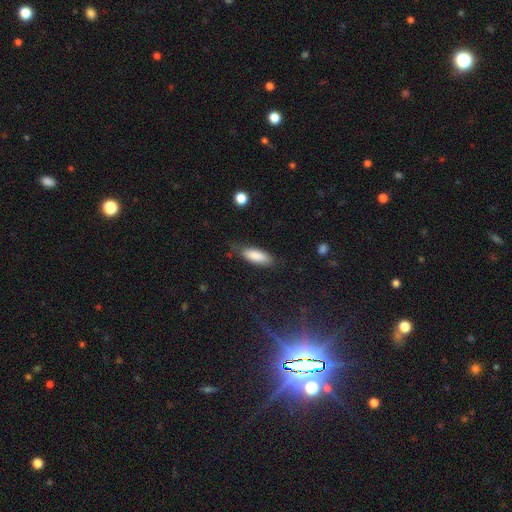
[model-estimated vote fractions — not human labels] A smooth galaxy with no disk features (85%) that is in between round and cigar-shaped (67%).

Vote fractions:
- Smooth or featured? smooth: 85% / featured or disk: 9% / star or artifact: 6%
- How rounded? in between: 67% / cigar-shaped: 31% / round: 2%
- Merging? none: 75% / minor disturbance: 19% / major disturbance: 5% / merger: 2%